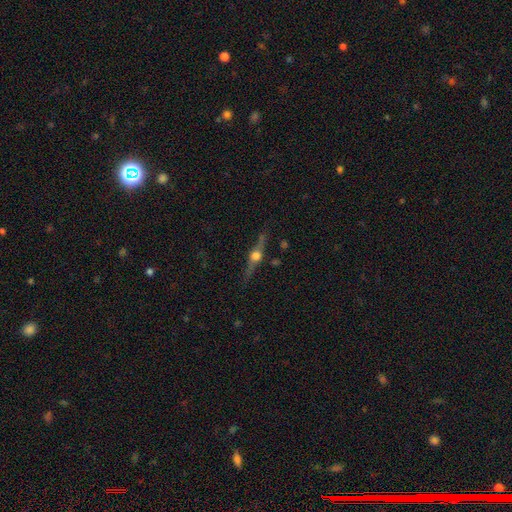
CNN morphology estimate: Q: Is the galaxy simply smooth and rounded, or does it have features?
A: featured or disk — 82%.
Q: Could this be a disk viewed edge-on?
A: yes — 97%.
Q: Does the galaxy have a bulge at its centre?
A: rounded — 96%.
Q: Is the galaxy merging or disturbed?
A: none — 86%.